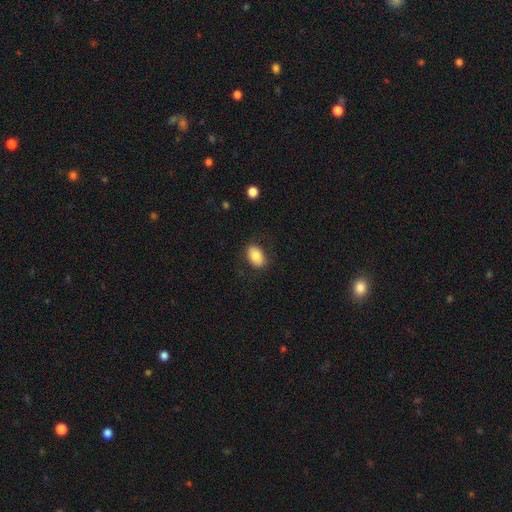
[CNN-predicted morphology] Q: Smooth or featured?
A: smooth (82%); runner-up: featured or disk (11%)
Q: How rounded?
A: in between (87%); runner-up: round (12%)
Q: Merging?
A: none (81%); runner-up: minor disturbance (13%)